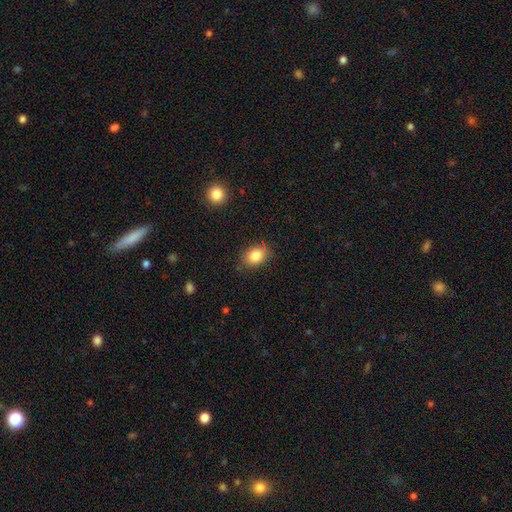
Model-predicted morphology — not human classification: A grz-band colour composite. It shows a smooth galaxy with no disk features (84%) that is in between round and cigar-shaped (69%). Merging: none (82%).